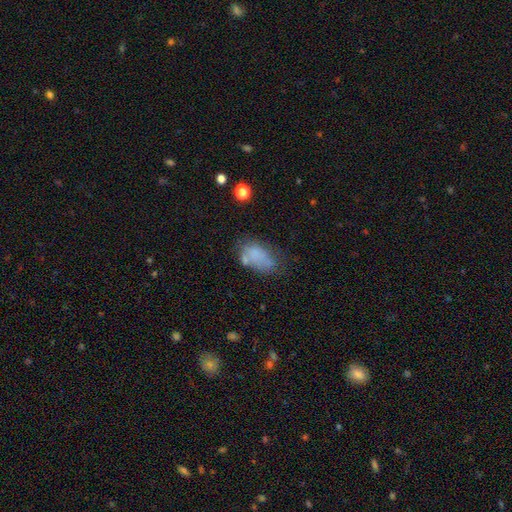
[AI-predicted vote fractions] Smooth or featured? Predicted: smooth (p=0.66). How rounded? Predicted: in between (p=0.90). Merging? Predicted: none (p=0.42).